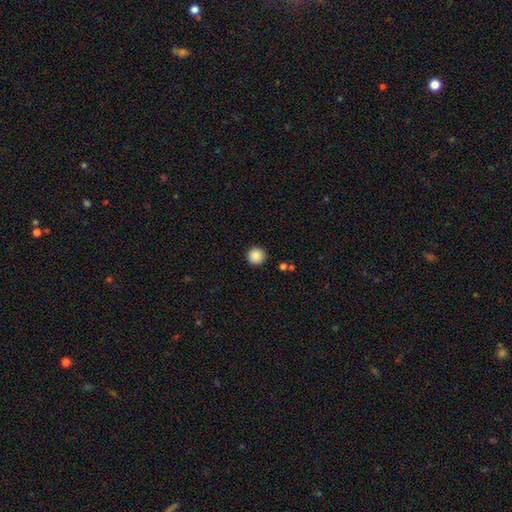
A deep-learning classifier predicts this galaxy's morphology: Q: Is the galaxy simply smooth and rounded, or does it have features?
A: smooth — 87%.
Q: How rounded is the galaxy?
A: round — 95%.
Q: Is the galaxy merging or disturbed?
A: none — 92%.